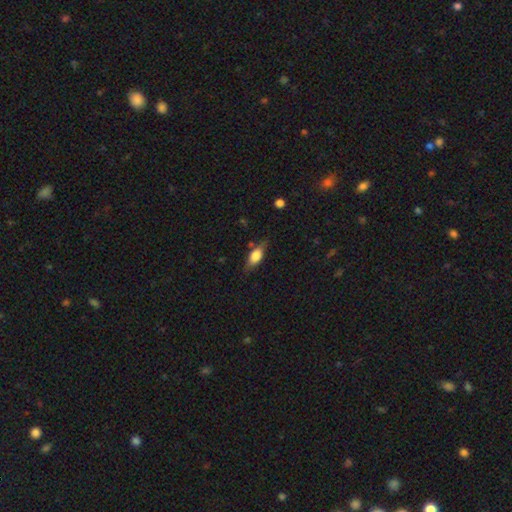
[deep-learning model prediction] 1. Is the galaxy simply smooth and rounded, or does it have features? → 68% smooth, 24% featured or disk, 7% star or artifact.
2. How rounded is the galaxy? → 80% in between, 15% cigar-shaped, 5% round.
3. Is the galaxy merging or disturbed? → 68% none, 24% minor disturbance, 6% major disturbance, 2% merger.